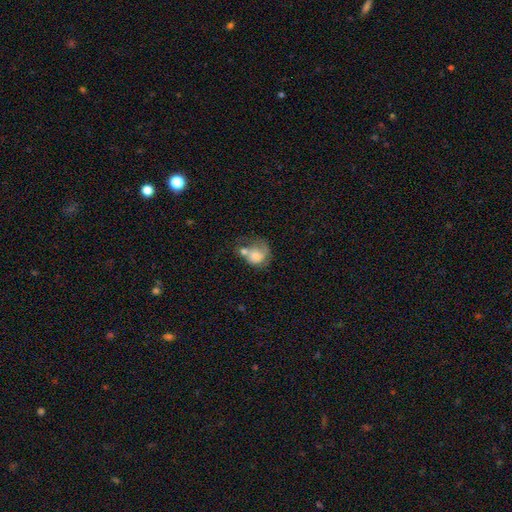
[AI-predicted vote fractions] smooth 62%, featured or disk 30%, star or artifact 8%. Down the decision tree: how rounded — round (58%); merging — merger (38%).